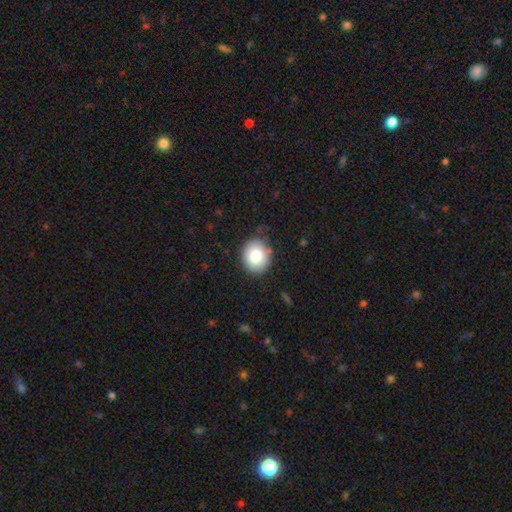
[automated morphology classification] Q: Smooth or featured?
A: smooth (83%); runner-up: featured or disk (9%)
Q: How rounded?
A: round (62%); runner-up: in between (37%)
Q: Merging?
A: none (82%); runner-up: minor disturbance (13%)